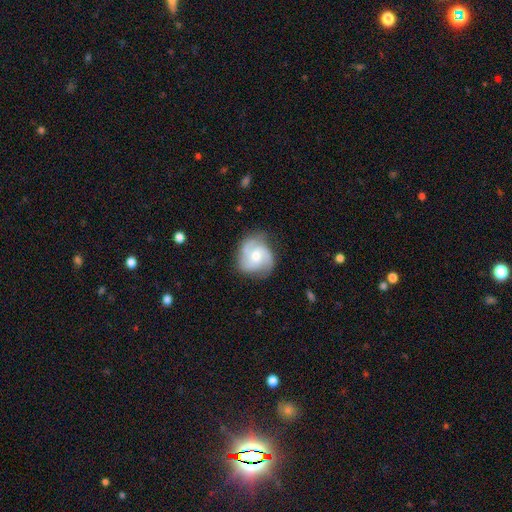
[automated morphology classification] This appears to be a featured or disk galaxy (80%) with no bar (65%), 3 (65%) medium (51%) spiral arms (97%) and a moderate central bulge (59%). Merging: none (74%).